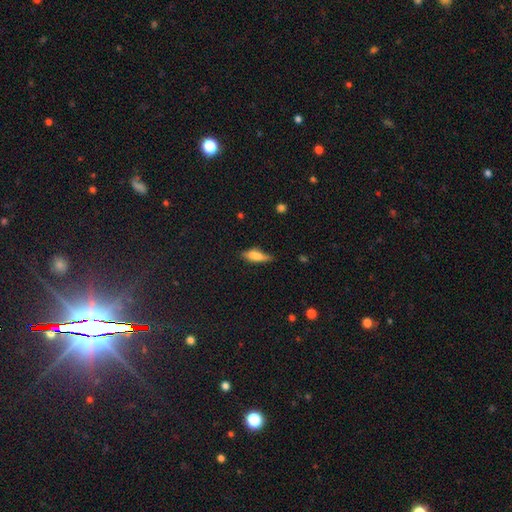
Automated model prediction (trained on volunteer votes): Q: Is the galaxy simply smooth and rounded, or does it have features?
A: smooth — 72%.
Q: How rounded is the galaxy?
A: in between — 54%.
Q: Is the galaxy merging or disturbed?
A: none — 61%.